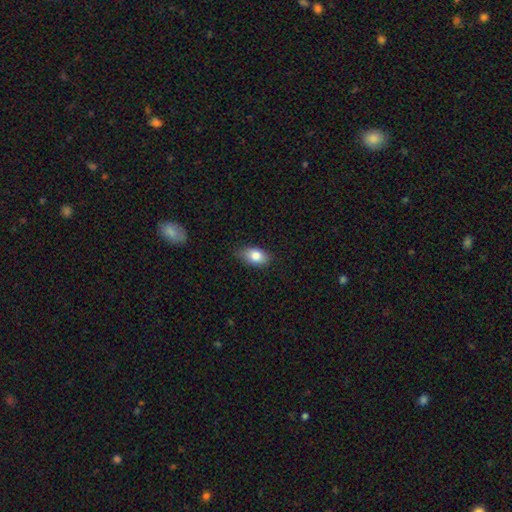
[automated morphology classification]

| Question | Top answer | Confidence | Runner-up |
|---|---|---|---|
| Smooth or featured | smooth | 81% | featured or disk (11%) |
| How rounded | in between | 87% | round (11%) |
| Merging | none | 76% | minor disturbance (20%) |